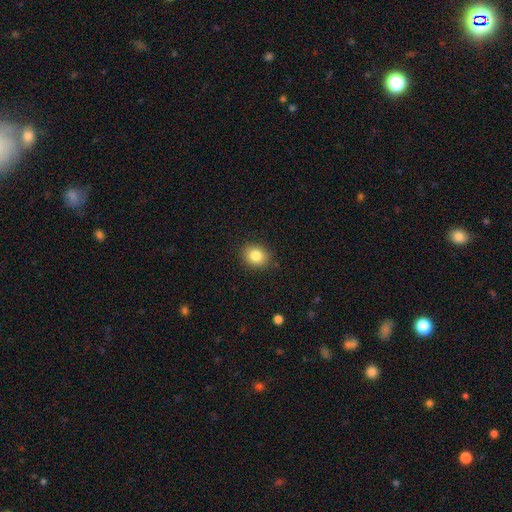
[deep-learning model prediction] The model was most divided on "how rounded": round: 53%, in between: 46%, cigar-shaped: 1%. More confident: merging — none (88%); smooth or featured — smooth (84%).